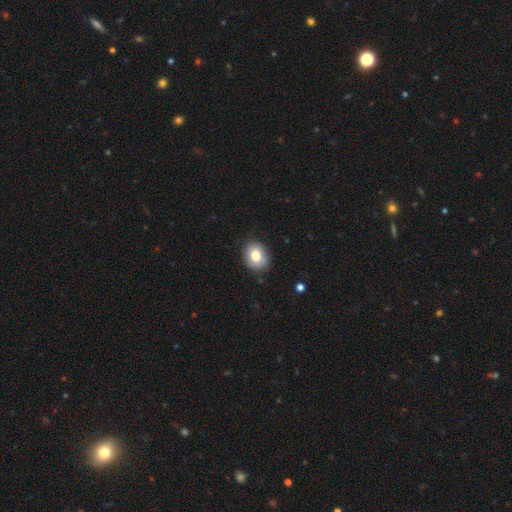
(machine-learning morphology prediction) smooth_or_featured: smooth (p=0.78) [alt: featured or disk p=0.14]
how_rounded: round (p=0.54) [alt: in between p=0.45]
merging: none (p=0.82) [alt: minor disturbance p=0.14]